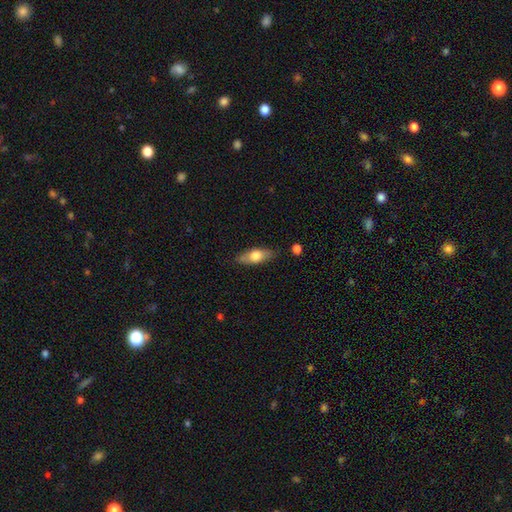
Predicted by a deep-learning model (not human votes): This appears to be a smooth galaxy with no disk features (65%) that is in between round and cigar-shaped (70%). Merging: none (83%).